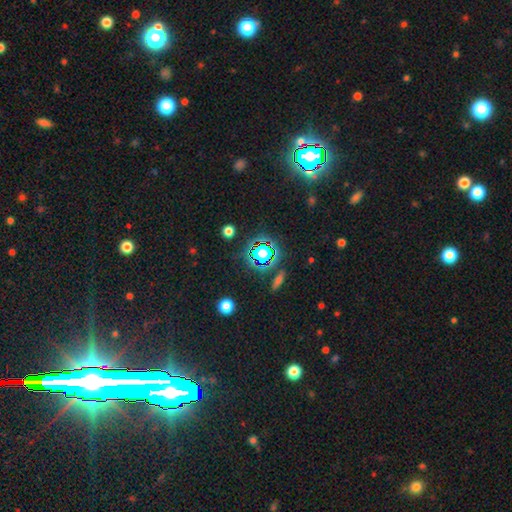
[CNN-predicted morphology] Smooth or featured? Predicted: star or artifact (p=0.81).